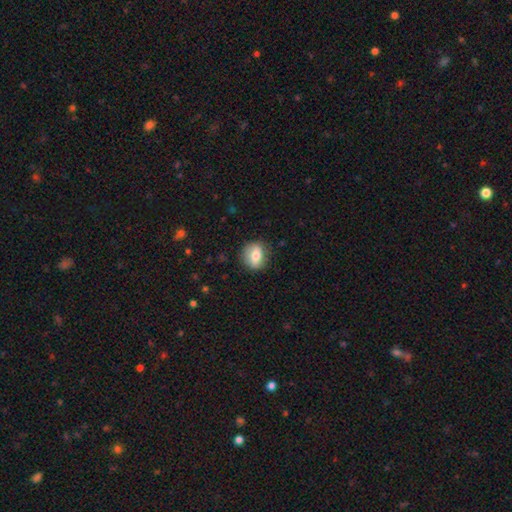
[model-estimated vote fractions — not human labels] A smooth galaxy with no disk features (67%) that is round (63%).

Vote fractions:
- Smooth or featured? smooth: 67% / featured or disk: 25% / star or artifact: 8%
- How rounded? round: 63% / in between: 35% / cigar-shaped: 2%
- Merging? none: 83% / minor disturbance: 12% / major disturbance: 3% / merger: 1%